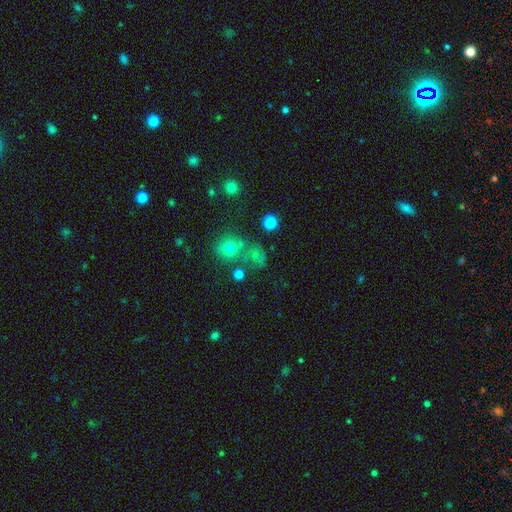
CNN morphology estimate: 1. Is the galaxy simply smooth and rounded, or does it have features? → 65% smooth, 22% star or artifact, 13% featured or disk.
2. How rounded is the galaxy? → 73% round, 26% in between, 1% cigar-shaped.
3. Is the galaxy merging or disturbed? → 47% none, 27% merger, 14% minor disturbance, 12% major disturbance.